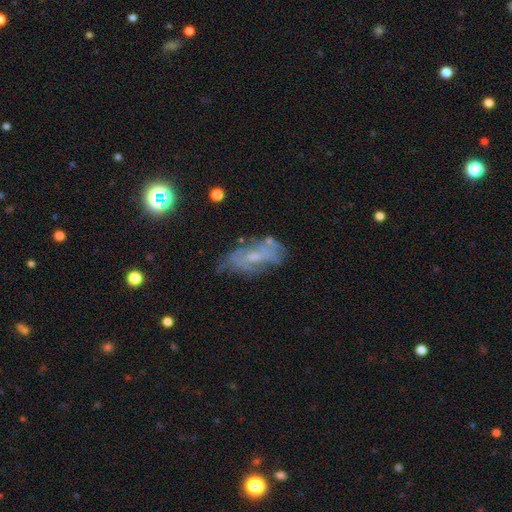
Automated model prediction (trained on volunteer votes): smooth-or-featured: featured or disk: 56% | smooth: 31% | star or artifact: 13%
  disk-edge-on: no: 87% | yes: 13%
  merging: none: 59% | minor disturbance: 25% | major disturbance: 11% | merger: 5%